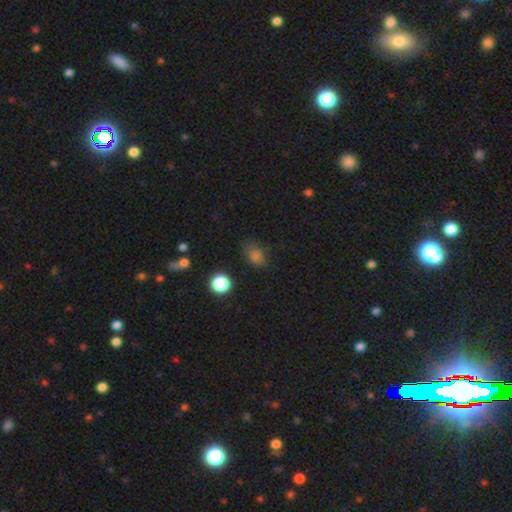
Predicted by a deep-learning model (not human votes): This is likely a smooth galaxy (76%). How rounded: likely in between (67%). Merging: likely none (69%).